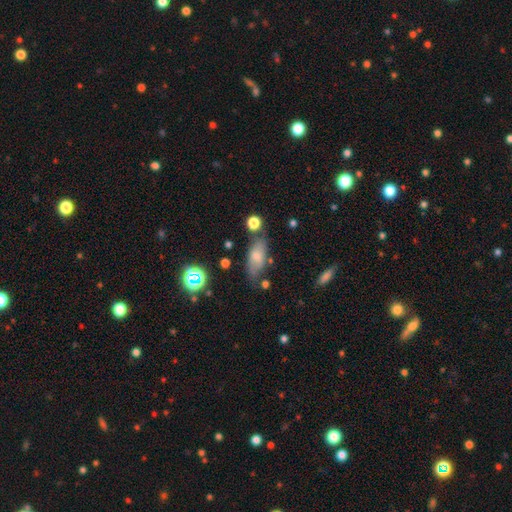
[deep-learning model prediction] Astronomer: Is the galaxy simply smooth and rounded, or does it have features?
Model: smooth — 59%.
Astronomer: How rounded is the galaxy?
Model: in between — 74%.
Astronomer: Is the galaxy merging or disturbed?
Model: none — 68%.